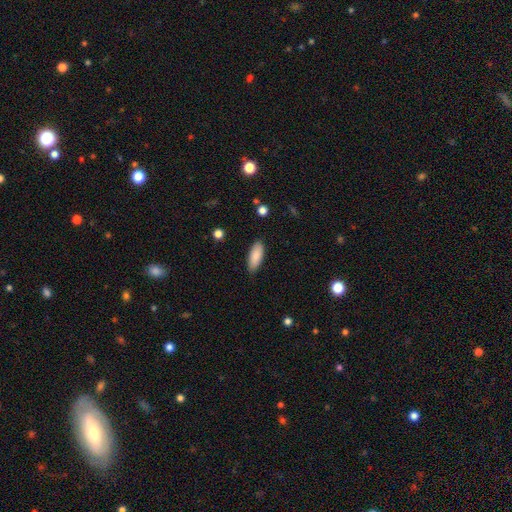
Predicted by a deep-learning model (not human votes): A smooth galaxy with no disk features (87%) that is in between round and cigar-shaped (75%).

Vote fractions:
- Smooth or featured? smooth: 87% / featured or disk: 7% / star or artifact: 6%
- How rounded? in between: 75% / cigar-shaped: 23% / round: 2%
- Merging? none: 87% / minor disturbance: 10% / major disturbance: 2% / merger: 1%